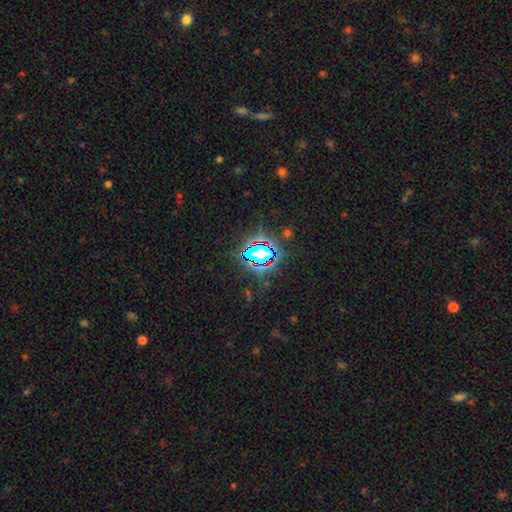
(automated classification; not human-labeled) Smooth or featured?
  - star or artifact: 81% *
  - smooth: 11%
  - featured or disk: 8%